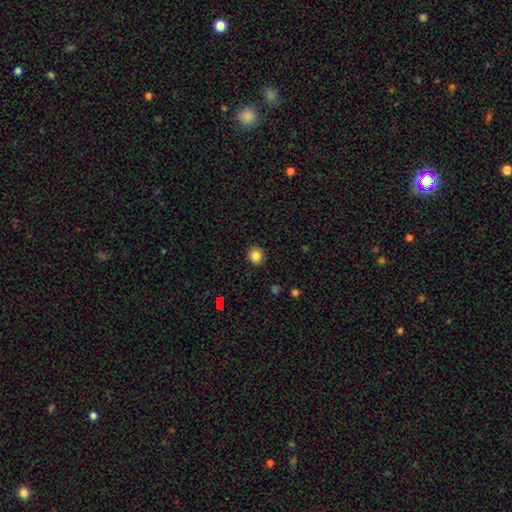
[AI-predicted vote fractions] Smooth or featured? smooth (84%)
How rounded? round (86%)
Merging? none (90%)